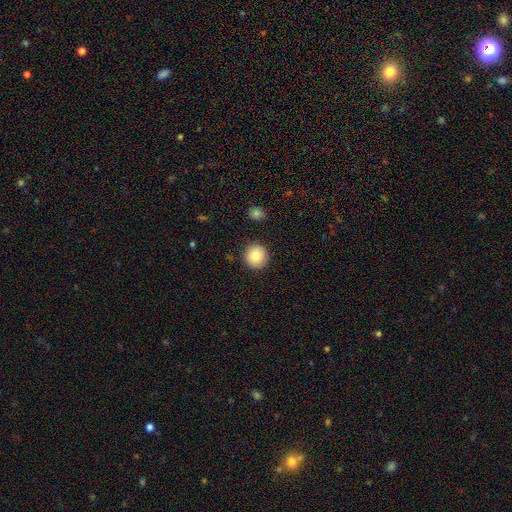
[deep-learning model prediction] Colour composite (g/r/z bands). It shows a smooth galaxy with no disk features (82%) that is round (95%). Merging: none (91%).